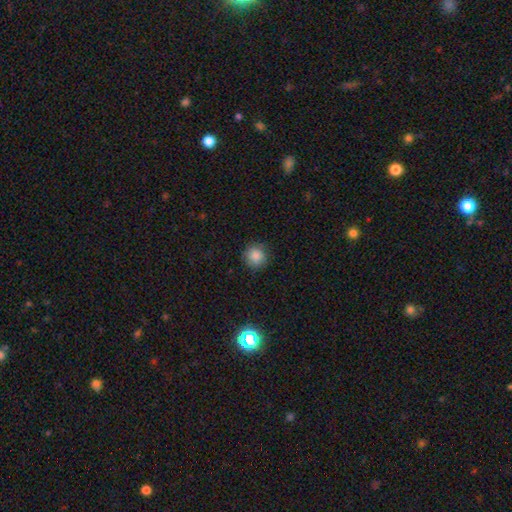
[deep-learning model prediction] Smooth or featured: smooth — 86% (star or artifact — 10%)
How rounded: round — 92% (in between — 7%)
Merging: none — 86% (minor disturbance — 10%)